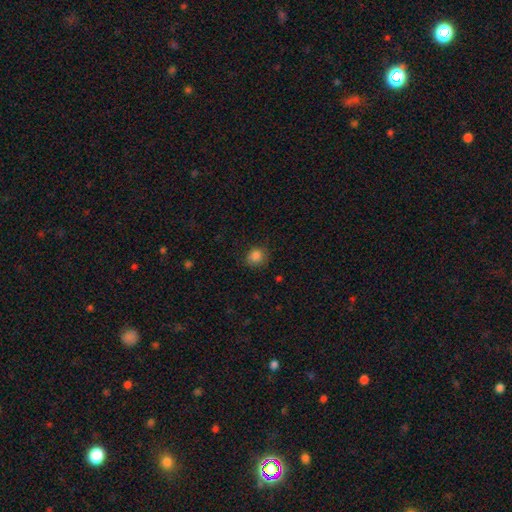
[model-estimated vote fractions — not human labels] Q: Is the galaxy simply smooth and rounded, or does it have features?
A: smooth — 85%.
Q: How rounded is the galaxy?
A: round — 79%.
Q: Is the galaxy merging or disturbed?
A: none — 79%.